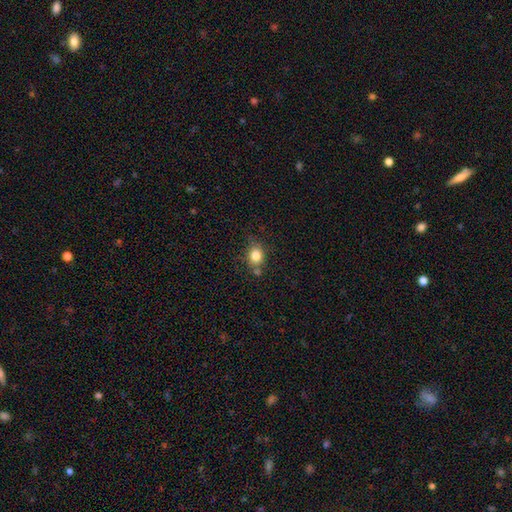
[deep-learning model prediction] Morphology: type=smooth (81%); roundness=round (64%); merging=none (65%).